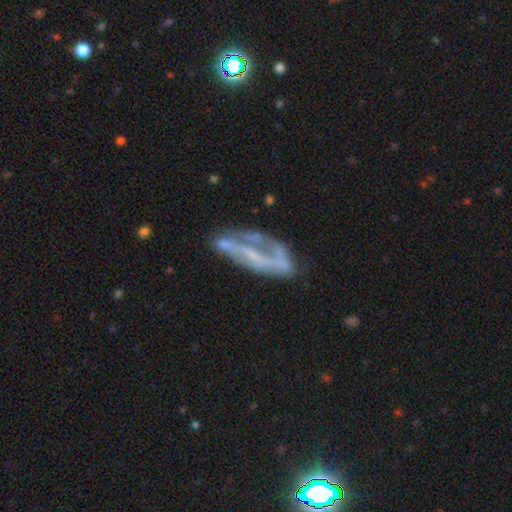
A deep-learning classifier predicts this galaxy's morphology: A featured or disk galaxy (69%) with no bar (49%), spiral arms (54%) and no central bulge (53%). Merging: none (41%).